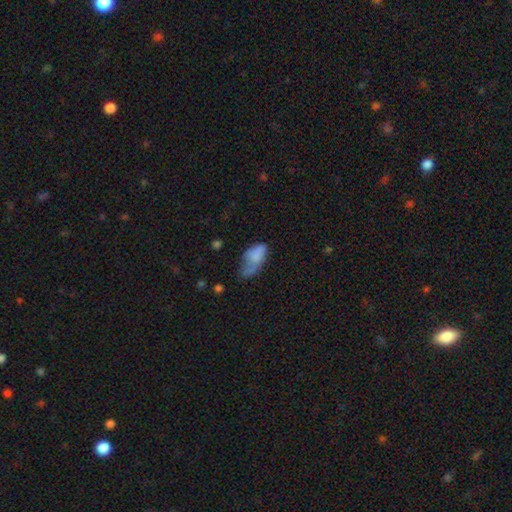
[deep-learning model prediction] Smooth or featured: smooth — 73% (featured or disk — 18%)
How rounded: in between — 92% (cigar-shaped — 5%)
Merging: minor disturbance — 36% (major disturbance — 29%)